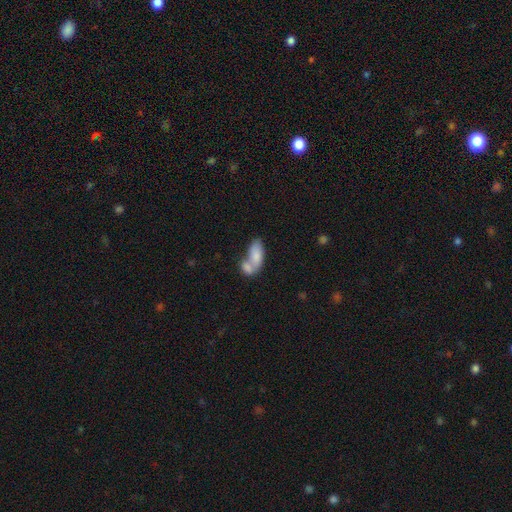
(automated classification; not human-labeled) Smooth or featured?
  - smooth: 78% *
  - featured or disk: 15%
  - star or artifact: 6%
How rounded?
  - in between: 88% *
  - cigar-shaped: 9%
  - round: 4%
Merging?
  - merger: 65% *
  - none: 22%
  - minor disturbance: 8%
  - major disturbance: 5%